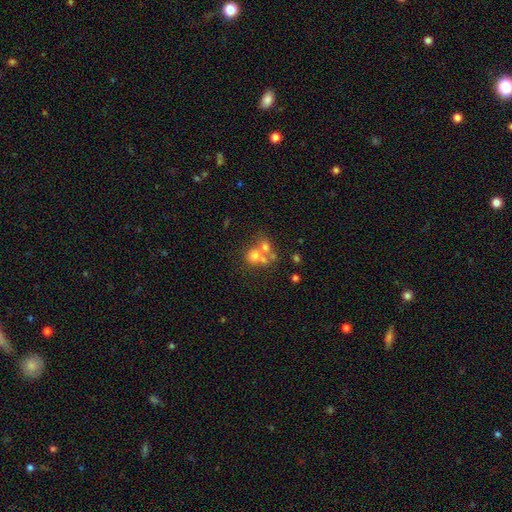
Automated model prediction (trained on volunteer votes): A smooth galaxy with no disk features (61%) that is round (72%).

Vote fractions:
- Smooth or featured? smooth: 61% / featured or disk: 24% / star or artifact: 15%
- How rounded? round: 72% / in between: 27% / cigar-shaped: 1%
- Merging? merger: 55% / none: 31% / minor disturbance: 8% / major disturbance: 6%